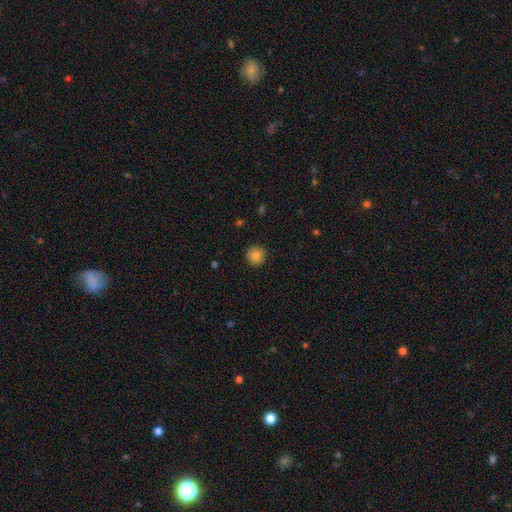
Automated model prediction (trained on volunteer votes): This is clearly a smooth galaxy (82%). How rounded: clearly round (95%). Merging: clearly none (90%).